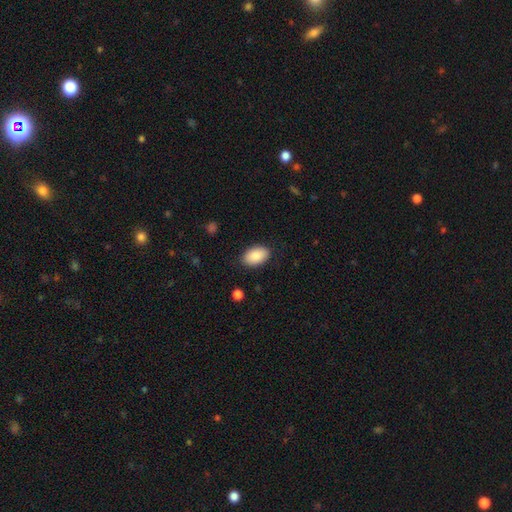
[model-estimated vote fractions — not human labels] Morphology: type=smooth (88%); roundness=in between (94%); merging=none (86%).